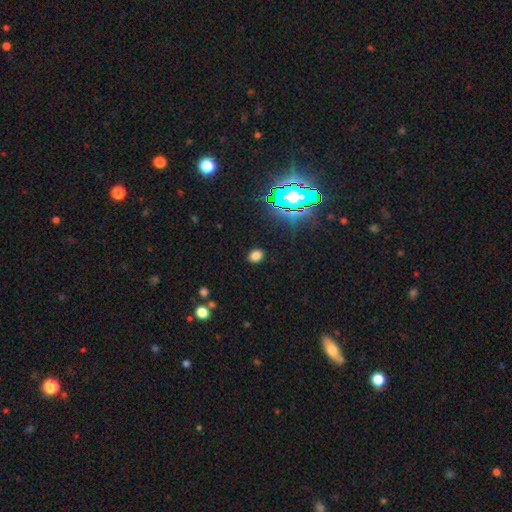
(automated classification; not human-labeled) smooth-or-featured: smooth: 74% | star or artifact: 21% | featured or disk: 5%
  how-rounded: in between: 56% | round: 43% | cigar-shaped: 1%
  merging: none: 88% | minor disturbance: 8% | major disturbance: 3% | merger: 1%